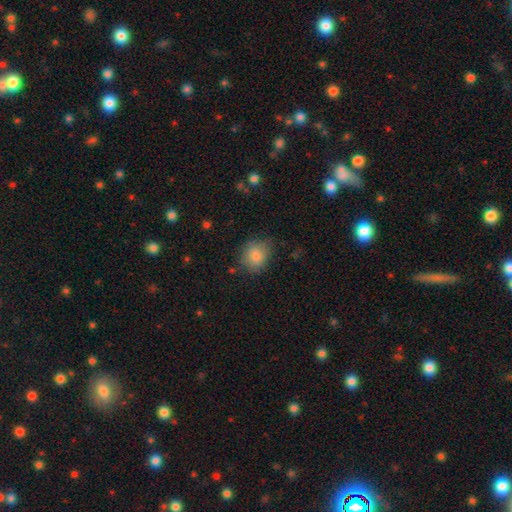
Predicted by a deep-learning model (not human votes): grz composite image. It shows a smooth galaxy with no disk features (83%) that is round (69%). Merging: none (71%).